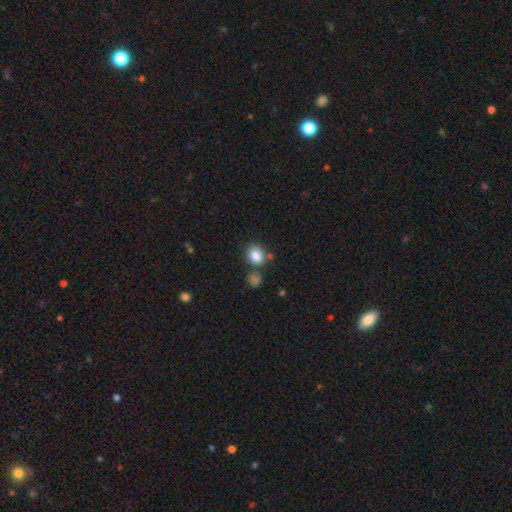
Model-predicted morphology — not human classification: Smooth or featured: smooth — 85% (star or artifact — 10%)
How rounded: round — 56% (in between — 43%)
Merging: none — 68% (merger — 14%)